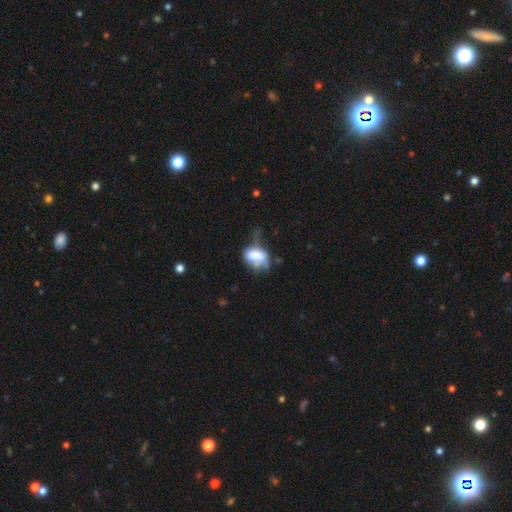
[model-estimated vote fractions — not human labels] Smooth or featured? smooth (62%)
How rounded? in between (82%)
Merging? major disturbance (41%)